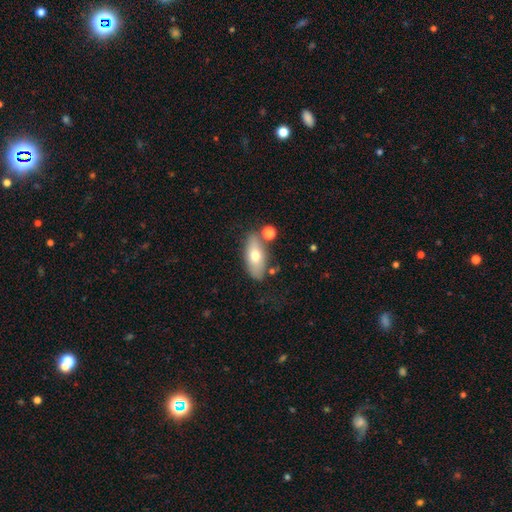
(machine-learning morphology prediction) Smooth or featured: smooth — 67% (featured or disk — 26%)
How rounded: in between — 83% (cigar-shaped — 13%)
Merging: none — 73% (minor disturbance — 14%)